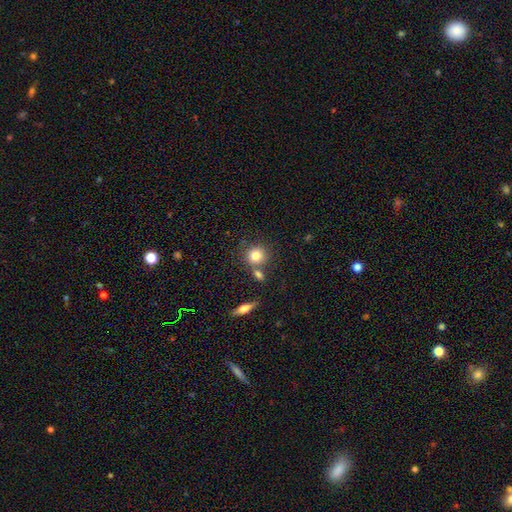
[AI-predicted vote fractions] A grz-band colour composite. It shows a smooth galaxy with no disk features (78%) that is round (87%). Merging: none (66%).